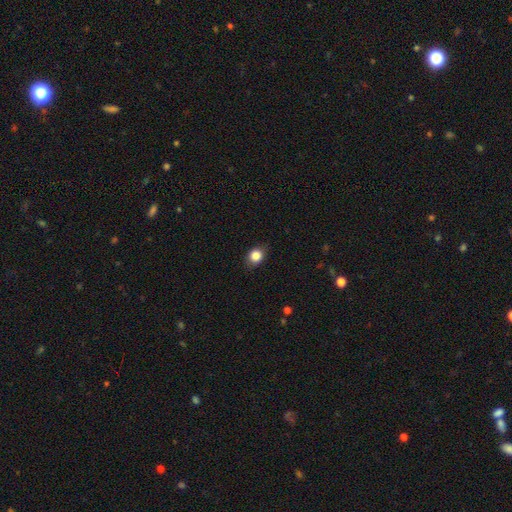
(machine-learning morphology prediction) The model was most divided on "how rounded": round: 60%, in between: 39%, cigar-shaped: 1%. More confident: smooth or featured — smooth (84%); merging — none (83%).